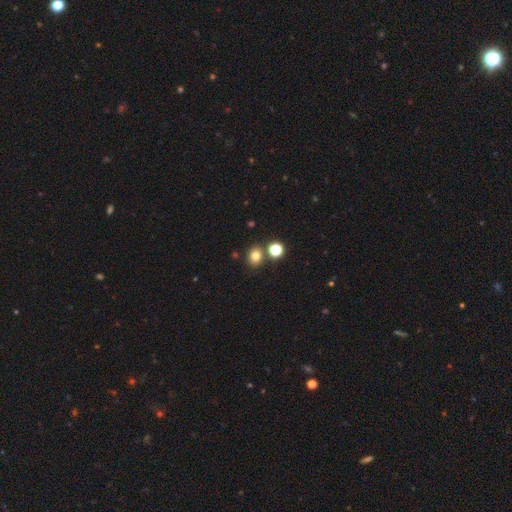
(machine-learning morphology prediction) type=smooth (77%); roundness=round (69%); merging=none (77%).